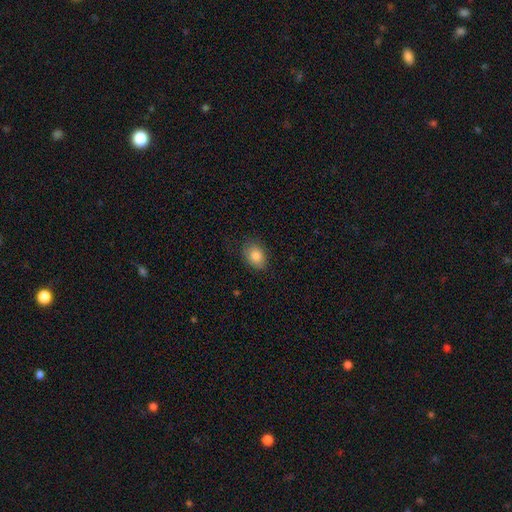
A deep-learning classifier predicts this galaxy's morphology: smooth-or-featured: smooth: 84% | featured or disk: 9% | star or artifact: 8%
  how-rounded: in between: 75% | round: 24% | cigar-shaped: 1%
  merging: none: 78% | minor disturbance: 16% | major disturbance: 4% | merger: 1%